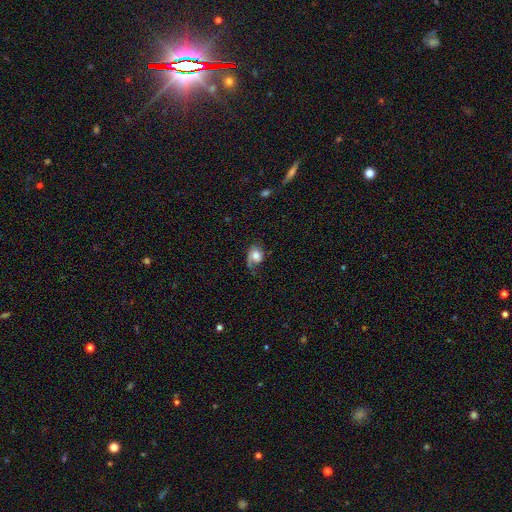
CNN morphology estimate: Smooth or featured: smooth — 47% (featured or disk — 45%)
Merging: none — 48% (minor disturbance — 26%)